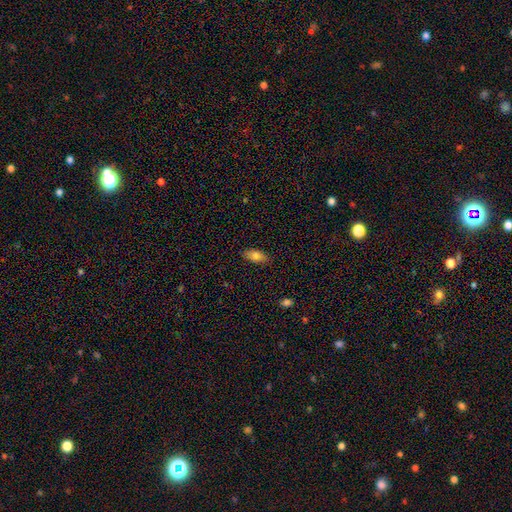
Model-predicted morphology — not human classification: smooth 79%, featured or disk 13%, star or artifact 8%. Down the decision tree: how rounded — in between (88%); merging — none (87%).